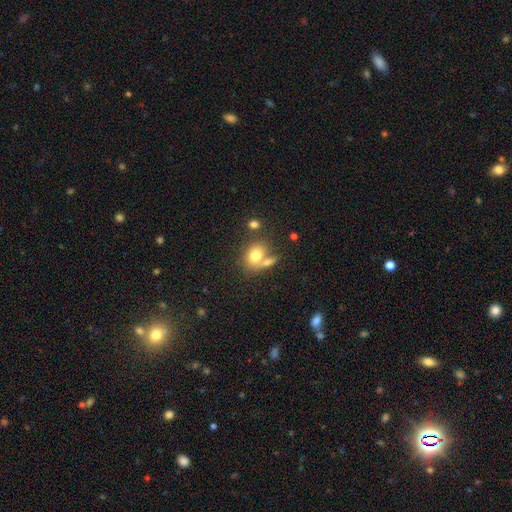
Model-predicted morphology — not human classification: type=smooth (75%); roundness=in between (58%); merging=none (46%).